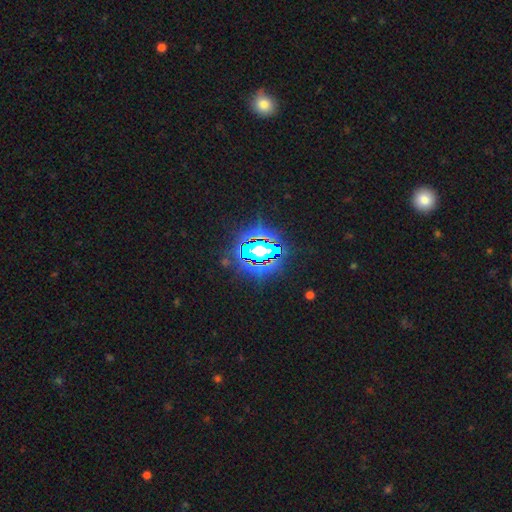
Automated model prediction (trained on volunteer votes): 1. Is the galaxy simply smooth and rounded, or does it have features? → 78% star or artifact, 12% smooth, 9% featured or disk.